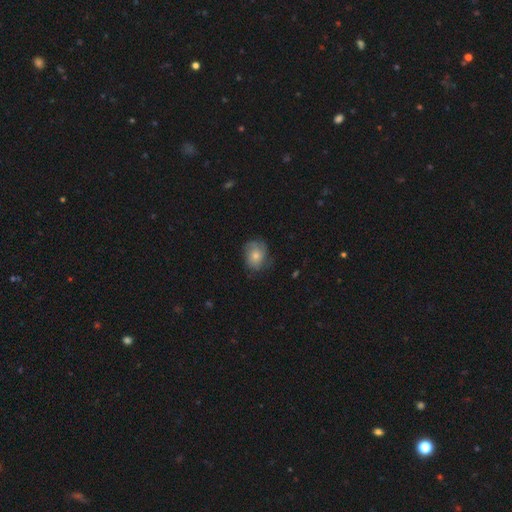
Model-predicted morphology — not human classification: Smooth or featured?
  - smooth: 64% *
  - featured or disk: 28%
  - star or artifact: 8%
How rounded?
  - round: 58% *
  - in between: 41%
  - cigar-shaped: 1%
Merging?
  - none: 61% *
  - minor disturbance: 27%
  - major disturbance: 10%
  - merger: 1%